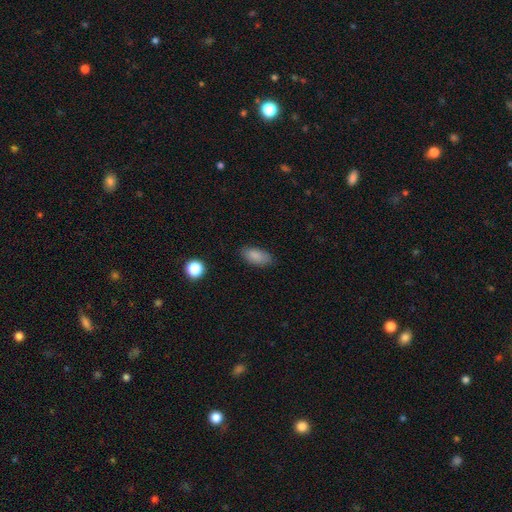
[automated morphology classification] A smooth galaxy with no disk features (87%) that is in between round and cigar-shaped (91%). Merging: none (83%).